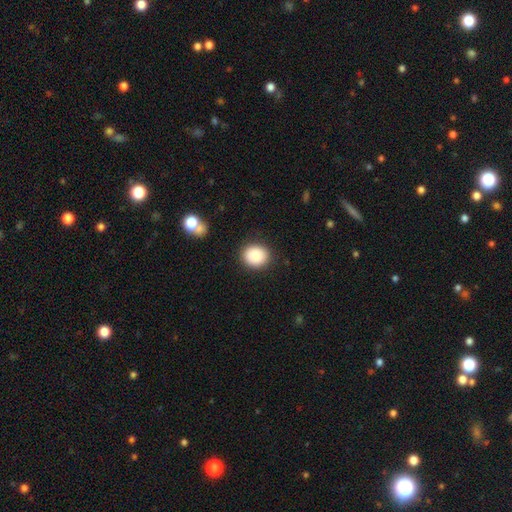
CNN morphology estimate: A smooth galaxy with no disk features (82%) that is round (79%). Merging: none (89%).